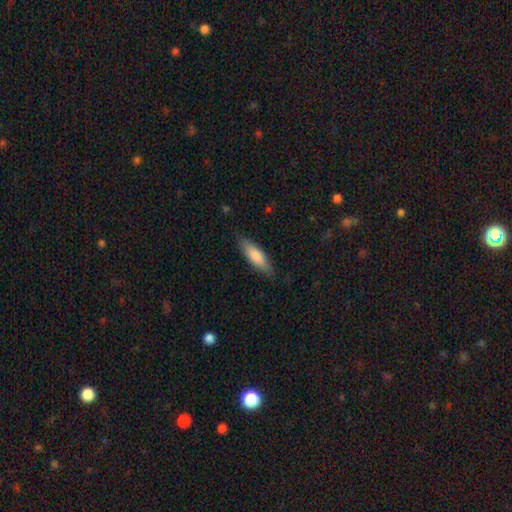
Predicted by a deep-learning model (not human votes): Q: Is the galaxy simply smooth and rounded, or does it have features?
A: smooth — 79%.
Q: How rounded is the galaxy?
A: cigar-shaped — 52%.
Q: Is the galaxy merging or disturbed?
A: none — 83%.